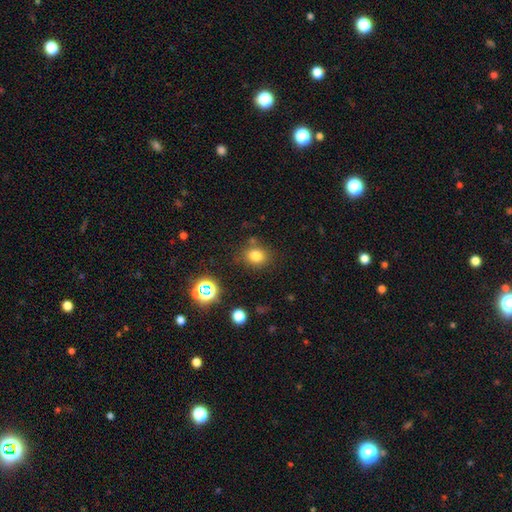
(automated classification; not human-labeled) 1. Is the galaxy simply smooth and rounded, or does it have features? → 78% smooth, 16% star or artifact, 7% featured or disk.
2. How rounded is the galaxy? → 62% round, 37% in between, 1% cigar-shaped.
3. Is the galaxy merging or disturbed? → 76% none, 13% minor disturbance, 6% merger, 5% major disturbance.